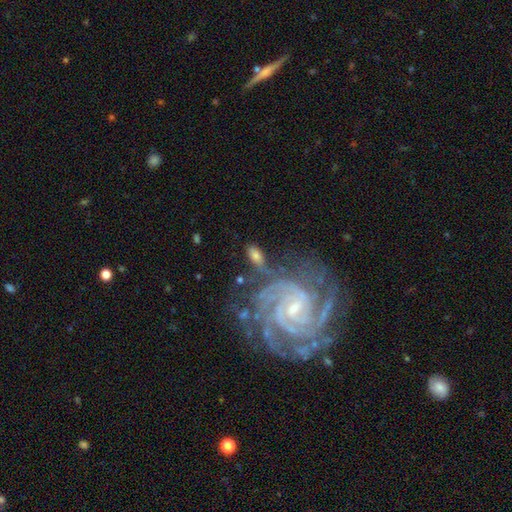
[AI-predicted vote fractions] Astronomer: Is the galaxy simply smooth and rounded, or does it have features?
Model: featured or disk — 64%.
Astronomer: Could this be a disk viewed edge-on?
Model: no — 93%.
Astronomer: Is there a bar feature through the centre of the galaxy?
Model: weak — 40% (runner-up: no, 38%).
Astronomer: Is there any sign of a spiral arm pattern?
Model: yes — 91%.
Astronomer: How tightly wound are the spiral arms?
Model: tight — 66%.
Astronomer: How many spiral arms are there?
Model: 2 — 30% (runner-up: 3, 24%).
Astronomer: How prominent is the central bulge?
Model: small — 55% (runner-up: moderate, 34%).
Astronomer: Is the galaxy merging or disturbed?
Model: none — 57%.